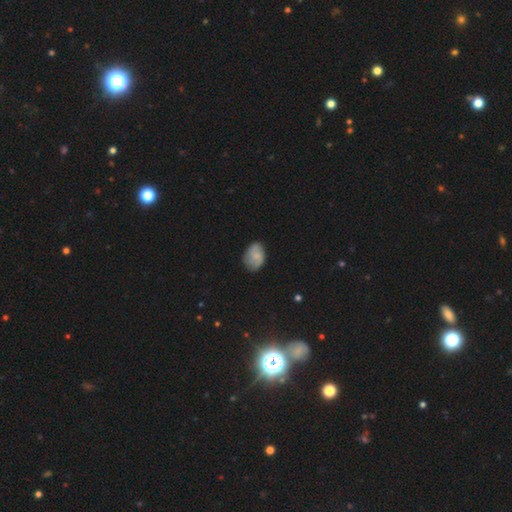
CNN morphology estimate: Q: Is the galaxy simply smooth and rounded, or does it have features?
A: smooth — 68%.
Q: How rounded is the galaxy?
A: in between — 77%.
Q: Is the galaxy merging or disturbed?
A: none — 70%.